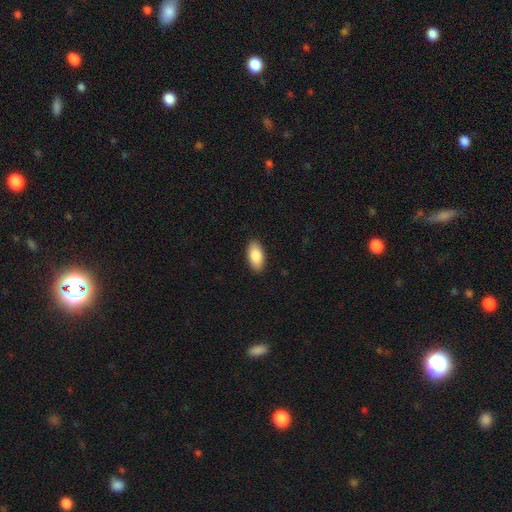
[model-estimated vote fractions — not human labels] This is clearly a smooth galaxy (87%). How rounded: clearly in between (92%). Merging: clearly none (89%).